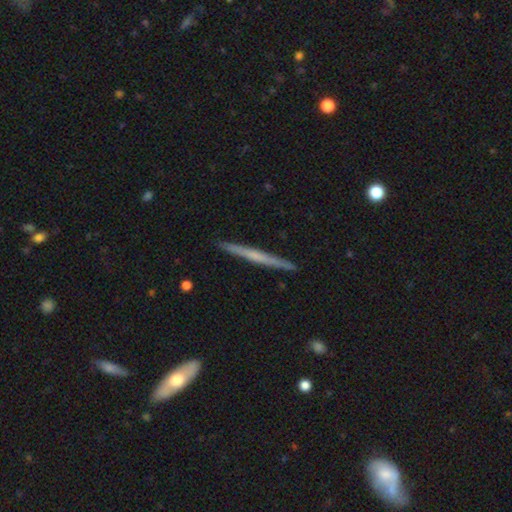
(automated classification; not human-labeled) Morphology: type=featured or disk (59%); edge-on=yes (98%); edge-on bulge=none (68%); merging=none (92%).